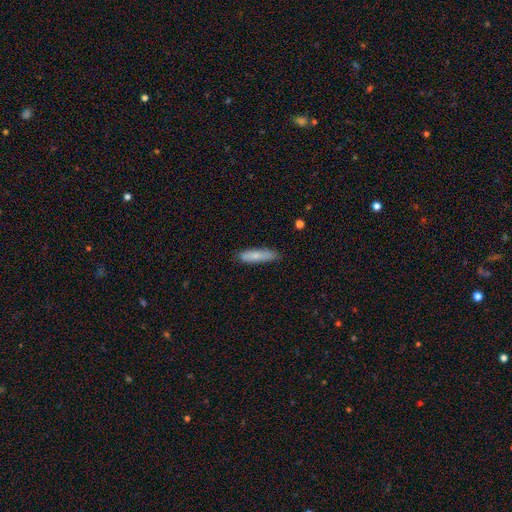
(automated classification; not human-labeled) Q: Smooth or featured?
A: smooth (78%); runner-up: featured or disk (16%)
Q: How rounded?
A: cigar-shaped (73%); runner-up: in between (26%)
Q: Merging?
A: none (79%); runner-up: minor disturbance (17%)